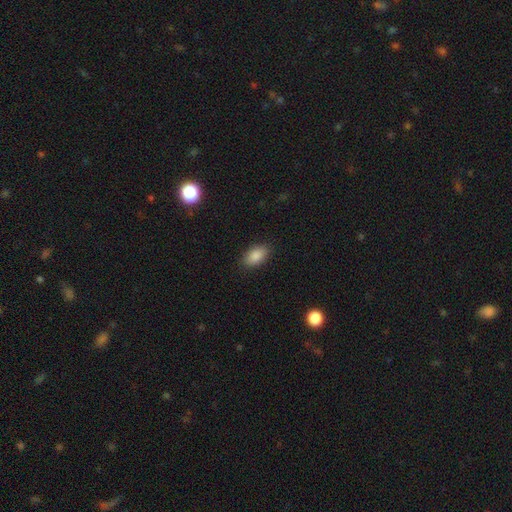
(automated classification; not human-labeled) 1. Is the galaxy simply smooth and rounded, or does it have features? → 88% smooth, 8% star or artifact, 5% featured or disk.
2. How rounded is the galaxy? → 92% in between, 6% round, 3% cigar-shaped.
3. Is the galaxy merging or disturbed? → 87% none, 9% minor disturbance, 2% major disturbance, 1% merger.